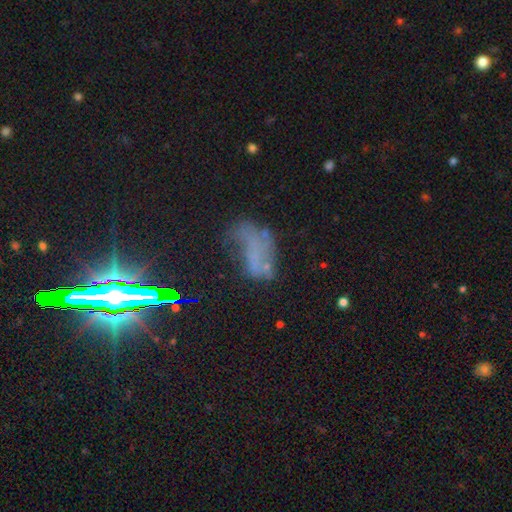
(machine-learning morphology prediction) type=featured or disk (39%); merging=major disturbance (36%).